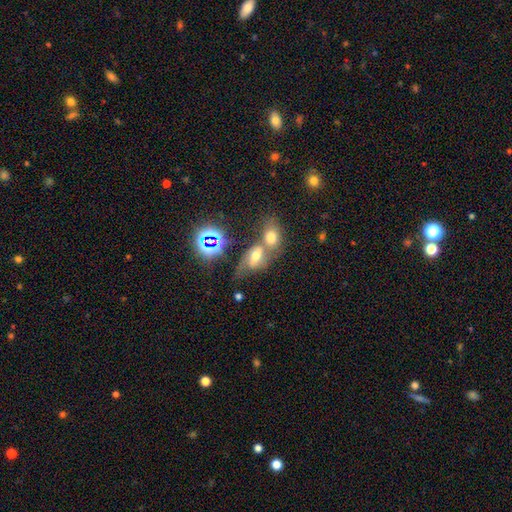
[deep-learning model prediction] This is possibly a smooth galaxy (48%). Merging: likely merger (60%).